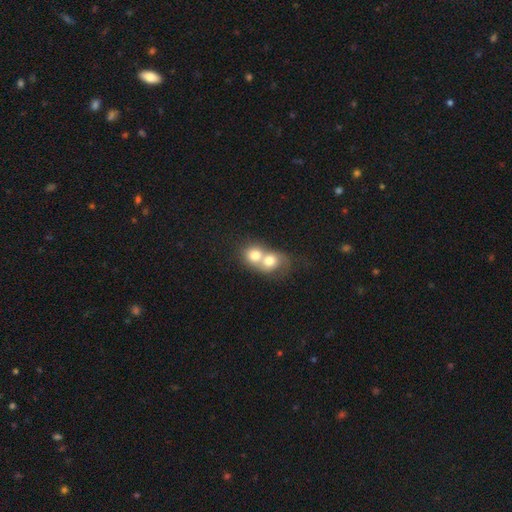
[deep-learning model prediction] smooth_or_featured: smooth (p=0.68) [alt: featured or disk p=0.23]
how_rounded: round (p=0.68) [alt: in between p=0.31]
merging: merger (p=0.79) [alt: none p=0.14]